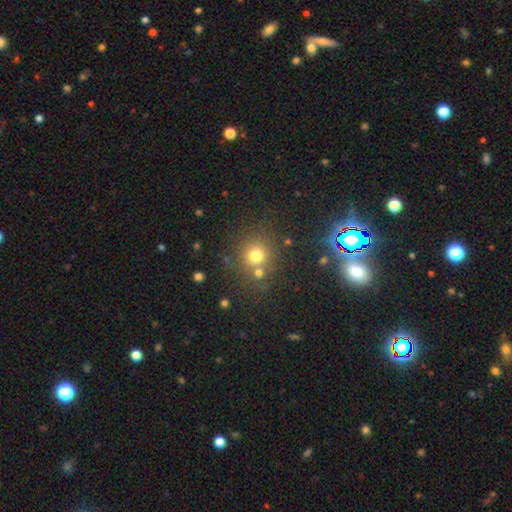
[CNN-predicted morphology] Smooth or featured? Predicted: smooth (p=0.73). How rounded? Predicted: round (p=0.91). Merging? Predicted: none (p=0.73).